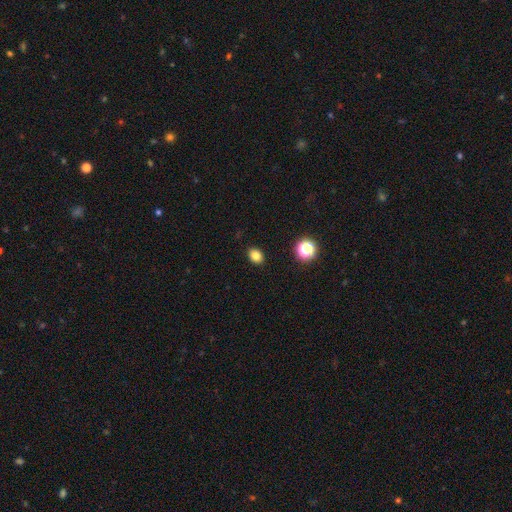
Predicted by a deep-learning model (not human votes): Overall: smooth (82%). How rounded: in between (59%; round 40%). Merging: none (90%).